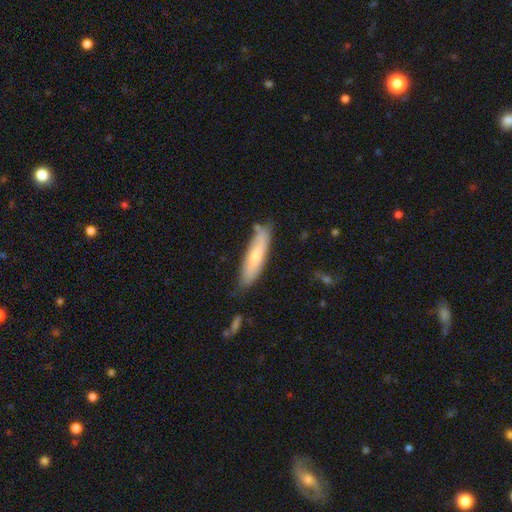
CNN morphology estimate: The model was most divided on "smooth or featured": smooth: 67%, featured or disk: 27%, star or artifact: 6%. More confident: merging — none (76%); how rounded — cigar-shaped (72%).